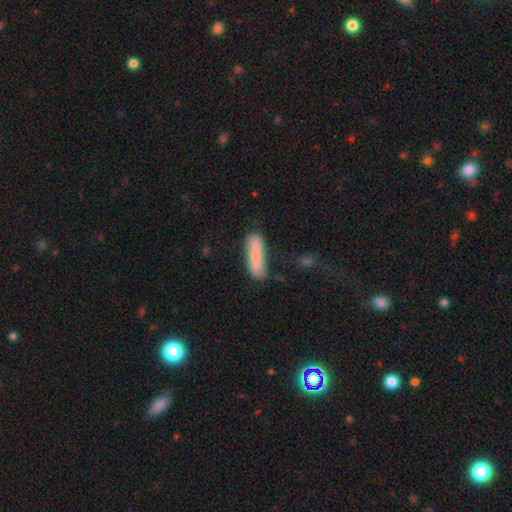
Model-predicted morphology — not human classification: This is clearly a smooth galaxy (81%). How rounded: clearly cigar-shaped (81%). Merging: likely none (75%).